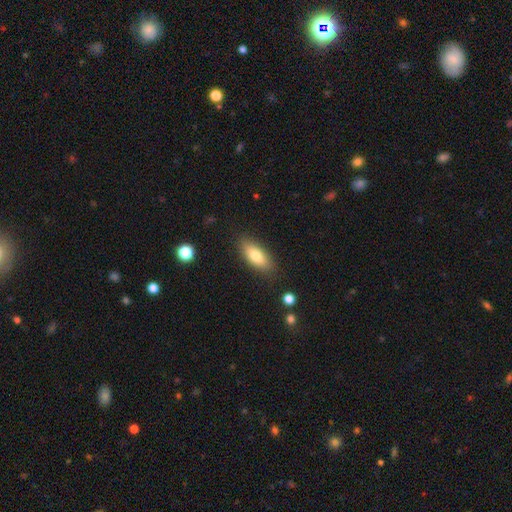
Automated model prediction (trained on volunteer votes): Smooth or featured? smooth (77%)
How rounded? in between (80%)
Merging? none (84%)